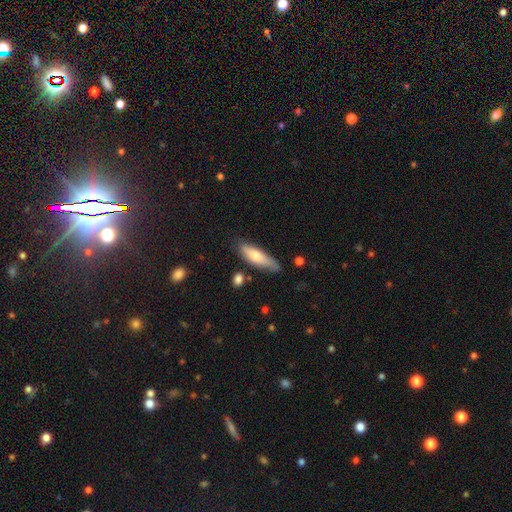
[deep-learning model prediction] Morphology: type=smooth (73%); roundness=cigar-shaped (58%); merging=none (66%).